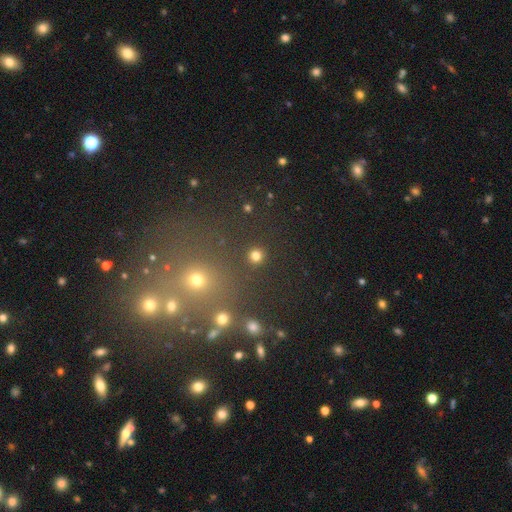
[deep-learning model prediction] Smooth or featured? smooth (80%)
How rounded? round (94%)
Merging? none (91%)